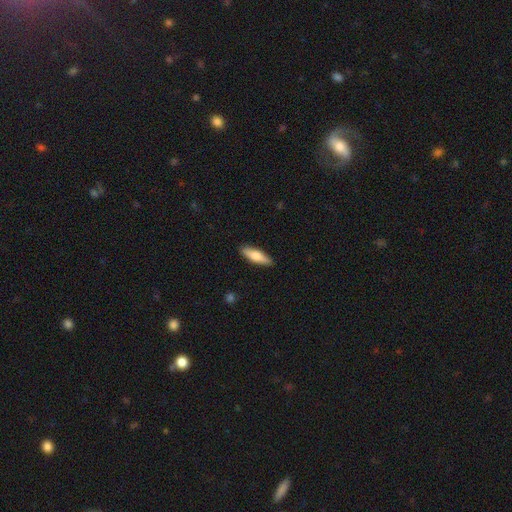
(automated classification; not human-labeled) Q: Smooth or featured?
A: smooth (69%); runner-up: featured or disk (25%)
Q: How rounded?
A: cigar-shaped (57%); runner-up: in between (41%)
Q: Merging?
A: none (89%); runner-up: minor disturbance (9%)